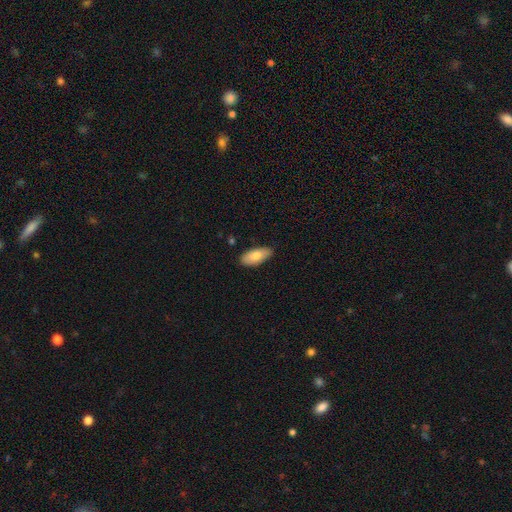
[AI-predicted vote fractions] Smooth or featured?
  - smooth: 76% *
  - featured or disk: 18%
  - star or artifact: 6%
How rounded?
  - in between: 89% *
  - cigar-shaped: 9%
  - round: 2%
Merging?
  - none: 84% *
  - minor disturbance: 13%
  - major disturbance: 2%
  - merger: 1%